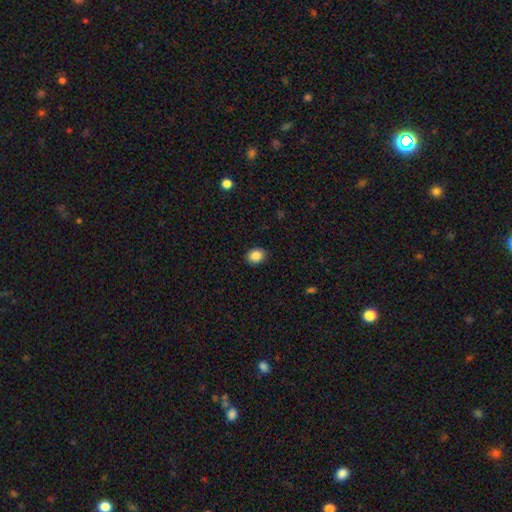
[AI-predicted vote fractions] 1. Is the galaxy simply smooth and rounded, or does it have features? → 85% smooth, 9% star or artifact, 5% featured or disk.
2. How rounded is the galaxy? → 53% round, 47% in between, 1% cigar-shaped.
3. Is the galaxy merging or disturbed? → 90% none, 7% minor disturbance, 2% major disturbance, 1% merger.